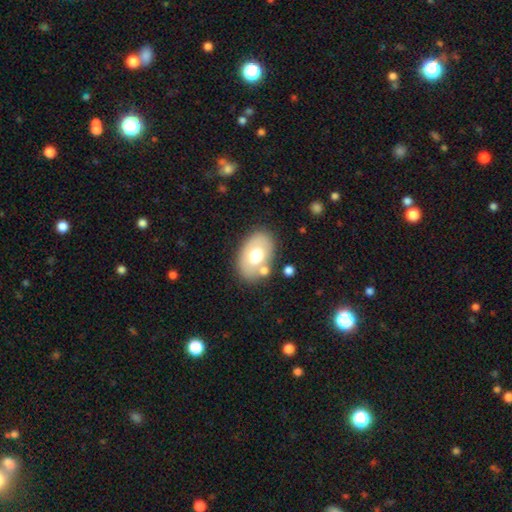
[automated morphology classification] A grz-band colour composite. It shows a smooth galaxy with no disk features (62%) that is in between round and cigar-shaped (87%). Merging: none (73%).